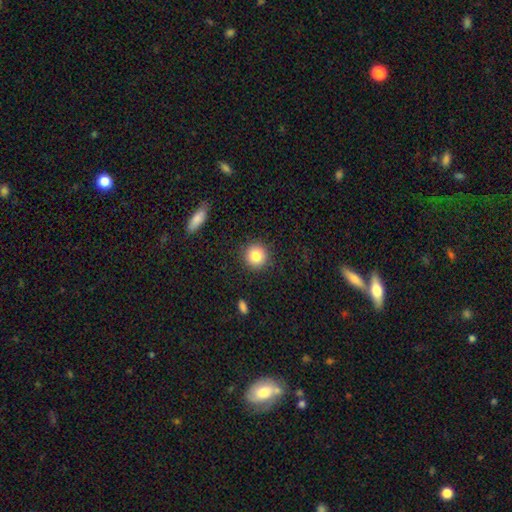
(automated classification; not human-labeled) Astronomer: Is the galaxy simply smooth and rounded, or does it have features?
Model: smooth — 84%.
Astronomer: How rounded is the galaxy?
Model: round — 93%.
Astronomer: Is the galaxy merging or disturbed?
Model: none — 90%.